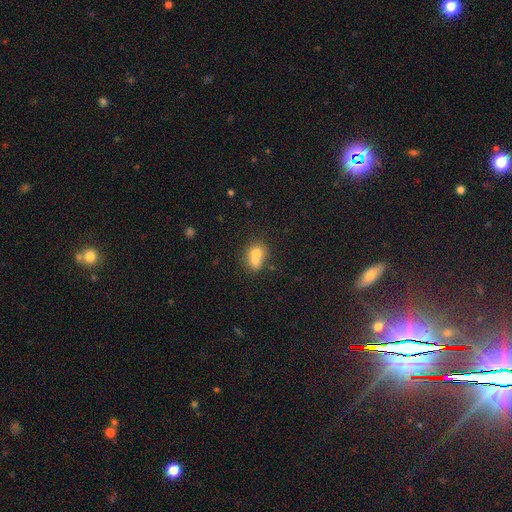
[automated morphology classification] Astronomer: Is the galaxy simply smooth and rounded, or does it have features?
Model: smooth — 69%.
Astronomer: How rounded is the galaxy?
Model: round — 52% (runner-up: in between, 46%).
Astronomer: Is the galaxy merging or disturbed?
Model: merger — 63%.